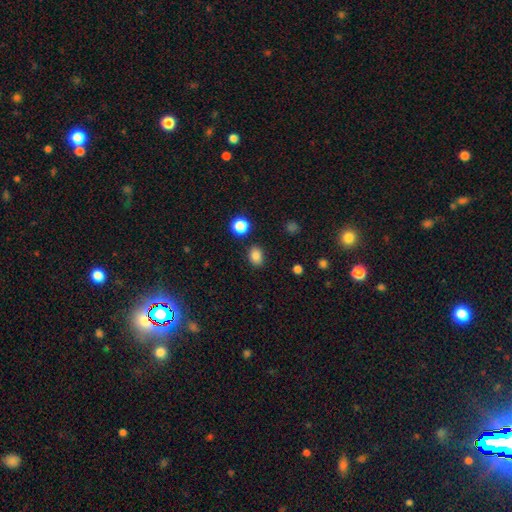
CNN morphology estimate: Smooth or featured?
  - smooth: 84% *
  - star or artifact: 12%
  - featured or disk: 4%
How rounded?
  - in between: 62% *
  - round: 37%
  - cigar-shaped: 1%
Merging?
  - none: 85% *
  - minor disturbance: 9%
  - merger: 3%
  - major disturbance: 3%